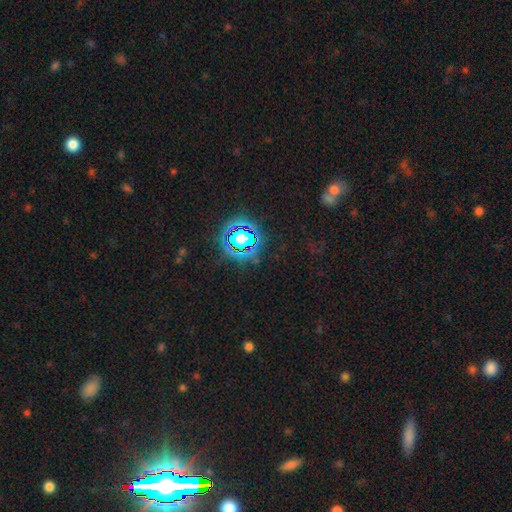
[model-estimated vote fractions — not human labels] Smooth or featured?
  - star or artifact: 78% *
  - smooth: 14%
  - featured or disk: 8%